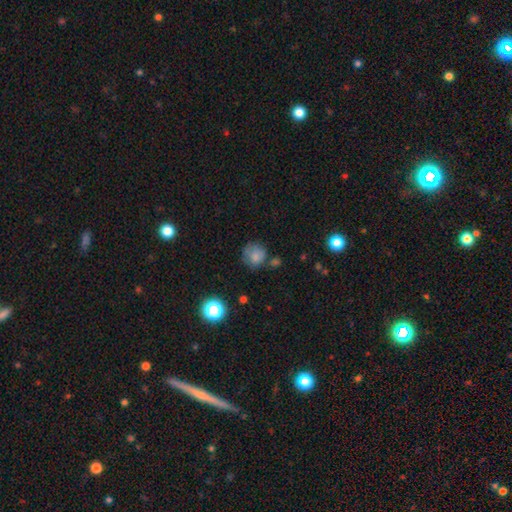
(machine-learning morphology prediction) Smooth or featured? Predicted: smooth (p=0.74). How rounded? Predicted: round (p=0.83). Merging? Predicted: none (p=0.58).